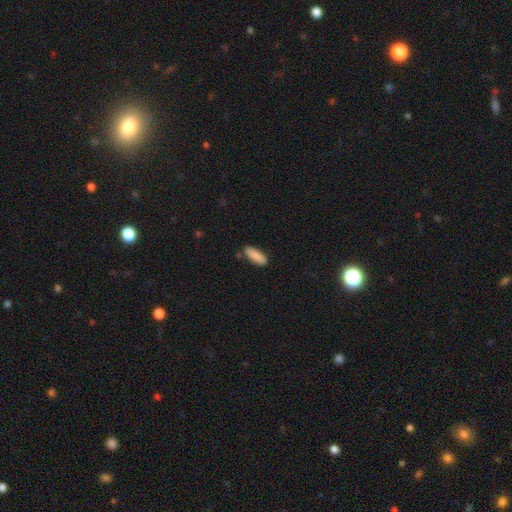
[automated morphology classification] The model was most divided on "how rounded": in between: 59%, cigar-shaped: 39%, round: 2%. More confident: smooth or featured — smooth (88%); merging — none (83%).